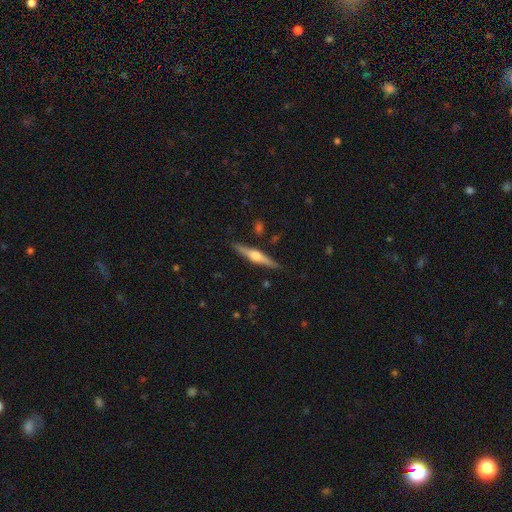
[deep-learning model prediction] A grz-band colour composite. It shows a featured or disk galaxy (73%) viewed edge-on (98%) with a rounded central bulge (92%). Merging: none (89%).